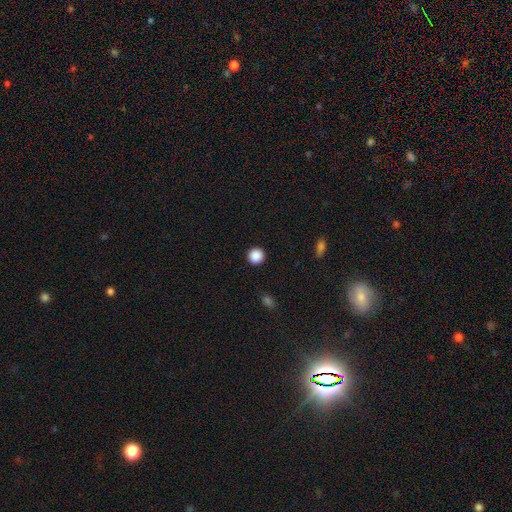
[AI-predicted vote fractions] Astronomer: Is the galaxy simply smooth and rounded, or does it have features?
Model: smooth — 88%.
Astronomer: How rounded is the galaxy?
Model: round — 95%.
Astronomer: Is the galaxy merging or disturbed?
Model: none — 93%.